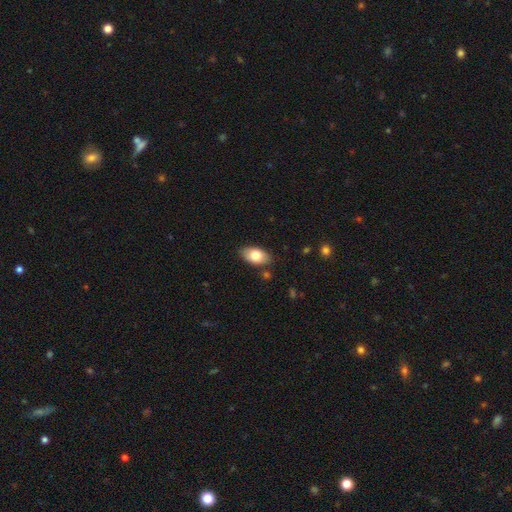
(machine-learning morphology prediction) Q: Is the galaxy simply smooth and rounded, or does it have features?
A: smooth — 78%.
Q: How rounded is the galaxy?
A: in between — 93%.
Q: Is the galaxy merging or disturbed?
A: none — 84%.